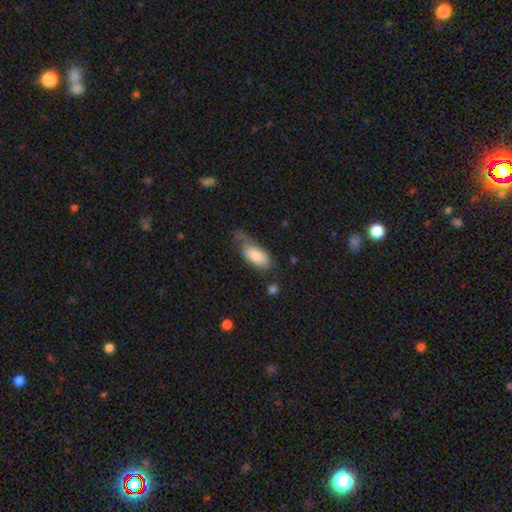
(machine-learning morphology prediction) This appears to be a smooth galaxy with no disk features (80%) that is in between round and cigar-shaped (89%). Merging: minor disturbance (35%).